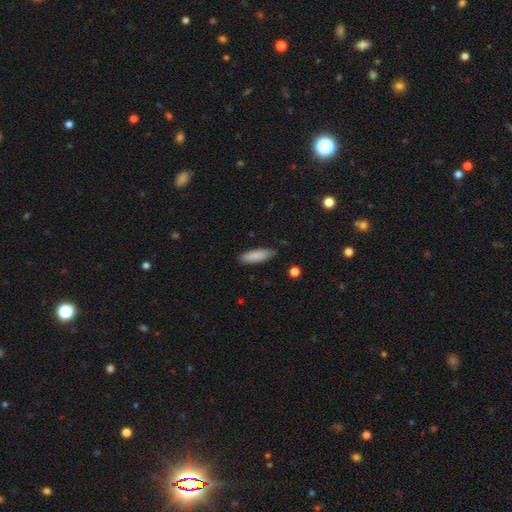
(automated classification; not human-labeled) This is clearly a smooth galaxy (87%). How rounded: possibly in between (52%). Merging: clearly none (82%).